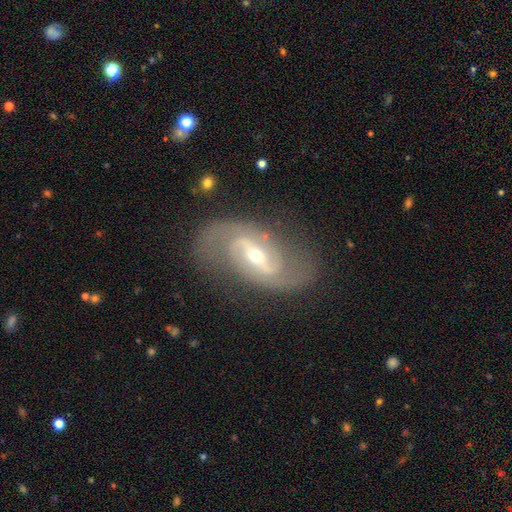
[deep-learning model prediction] Smooth or featured?
  - featured or disk: 89% *
  - smooth: 6%
  - star or artifact: 5%
Edge-on disk?
  - no: 96% *
  - yes: 4%
Bar?
  - weak: 45% *
  - strong: 36%
  - no: 19%
Spiral arms?
  - yes: 96% *
  - no: 4%
Spiral winding?
  - medium: 52% *
  - tight: 25%
  - loose: 23%
Spiral arm count?
  - 2: 89% *
  - can't tell: 4%
  - 3: 3%
  - 1: 2%
  - 4: 1%
  - more than 4: 1%
Bulge size?
  - small: 53% *
  - moderate: 43%
  - large: 2%
  - none: 1%
  - dominant: 1%
Merging?
  - none: 78% *
  - minor disturbance: 14%
  - major disturbance: 6%
  - merger: 2%